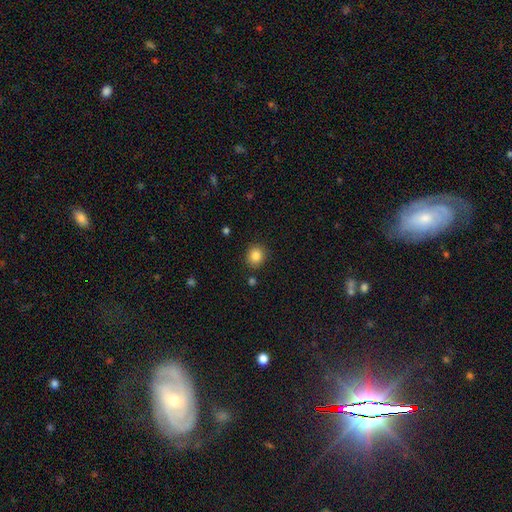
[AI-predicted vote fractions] Morphology: type=smooth (84%); roundness=round (81%); merging=none (87%).